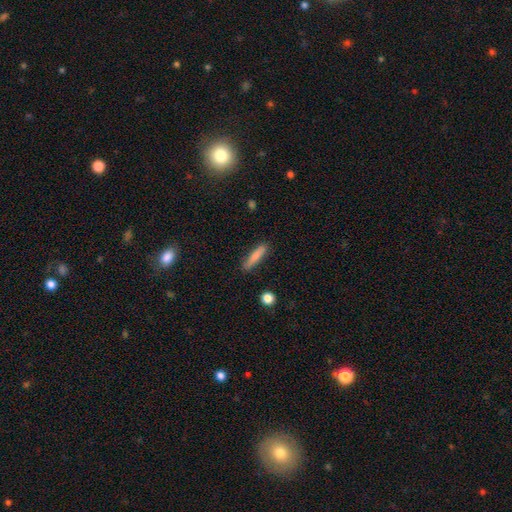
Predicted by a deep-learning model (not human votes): A smooth galaxy with no disk features (80%) that is cigar-shaped (86%). Merging: none (85%).